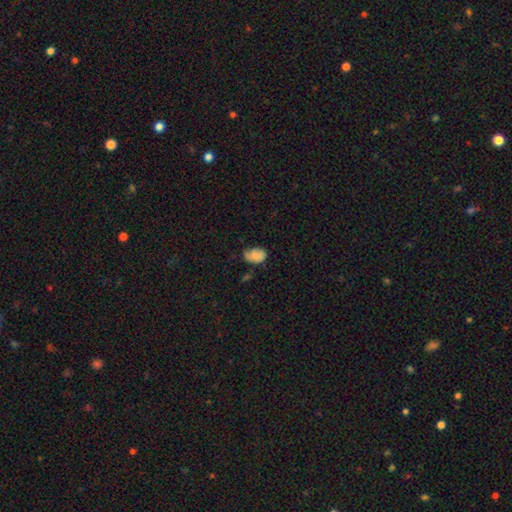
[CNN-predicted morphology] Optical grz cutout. It shows a smooth galaxy with no disk features (76%) that is in between round and cigar-shaped (83%). Merging: none (44%).